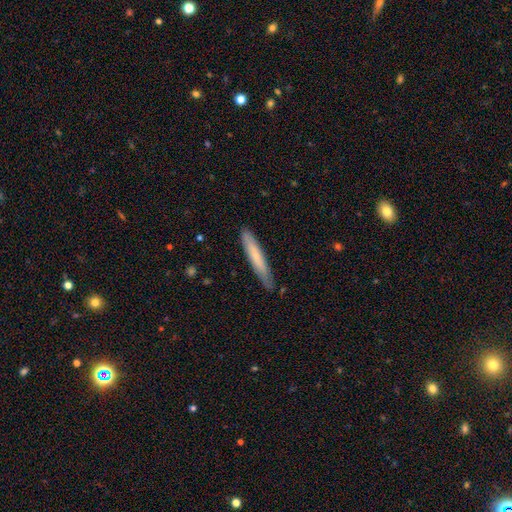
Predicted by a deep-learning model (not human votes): smooth-or-featured: smooth: 67% | featured or disk: 28% | star or artifact: 6%
  how-rounded: cigar-shaped: 94% | in between: 5% | round: 1%
  merging: none: 83% | minor disturbance: 14% | major disturbance: 2% | merger: 1%